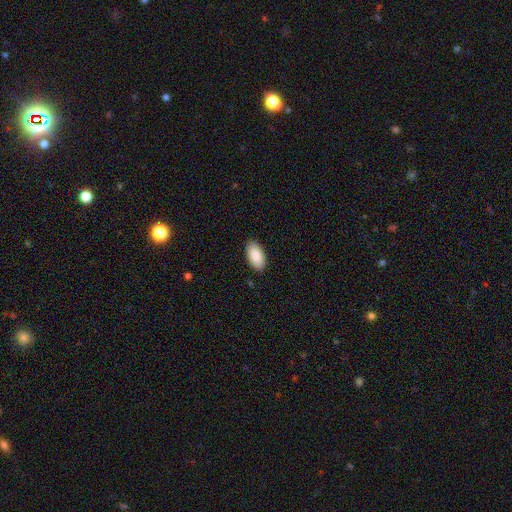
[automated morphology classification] A smooth galaxy with no disk features (90%) that is in between round and cigar-shaped (95%).

Vote fractions:
- Smooth or featured? smooth: 90% / star or artifact: 6% / featured or disk: 4%
- How rounded? in between: 95% / cigar-shaped: 3% / round: 2%
- Merging? none: 89% / minor disturbance: 8% / major disturbance: 2% / merger: 1%